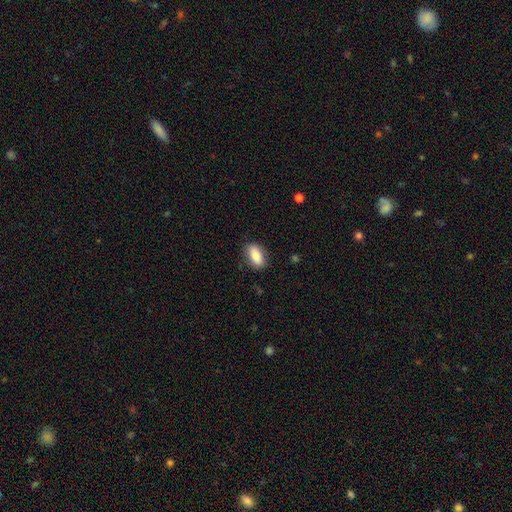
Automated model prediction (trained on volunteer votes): smooth 86%, featured or disk 7%, star or artifact 7%. Down the decision tree: how rounded — in between (89%); merging — none (83%).